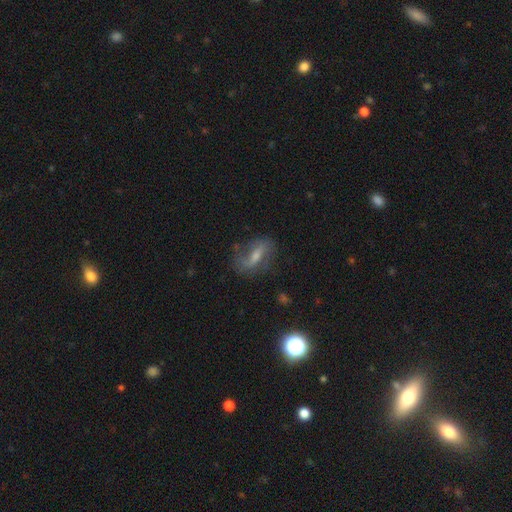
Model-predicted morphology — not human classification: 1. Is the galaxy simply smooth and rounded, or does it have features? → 61% featured or disk, 28% smooth, 11% star or artifact.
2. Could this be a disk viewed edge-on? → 89% no, 11% yes.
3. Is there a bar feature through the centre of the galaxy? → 43% weak, 35% strong, 22% no.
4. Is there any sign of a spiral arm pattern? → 80% yes, 20% no.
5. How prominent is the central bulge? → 45% moderate, 40% small, 9% none, 5% large, 1% dominant.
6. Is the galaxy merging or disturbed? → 68% none, 20% minor disturbance, 10% major disturbance, 2% merger.